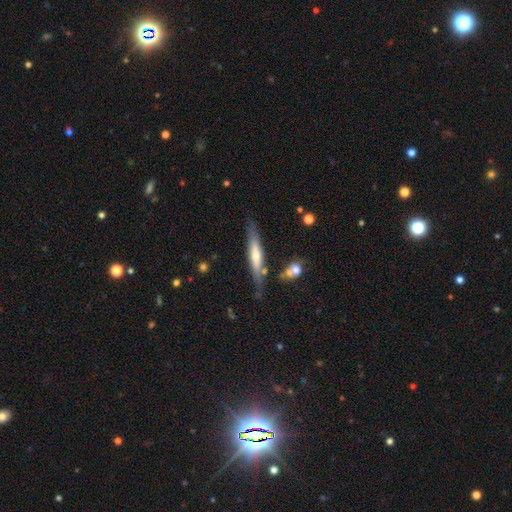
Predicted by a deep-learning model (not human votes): Morphology: type=featured or disk (56%); edge-on=yes (85%); merging=none (76%).